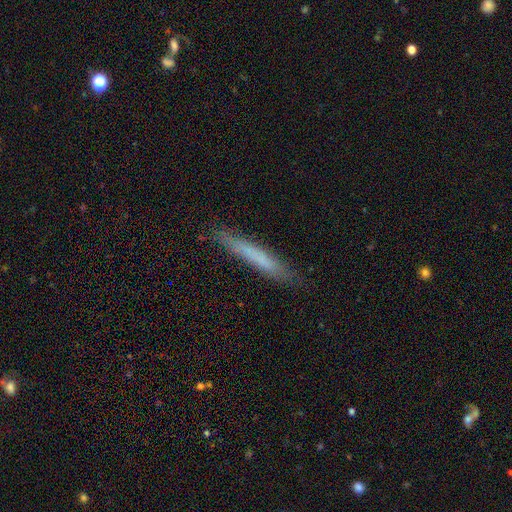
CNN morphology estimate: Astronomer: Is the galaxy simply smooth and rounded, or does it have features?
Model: smooth — 63%.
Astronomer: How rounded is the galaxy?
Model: cigar-shaped — 96%.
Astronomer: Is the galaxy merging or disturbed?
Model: none — 85%.